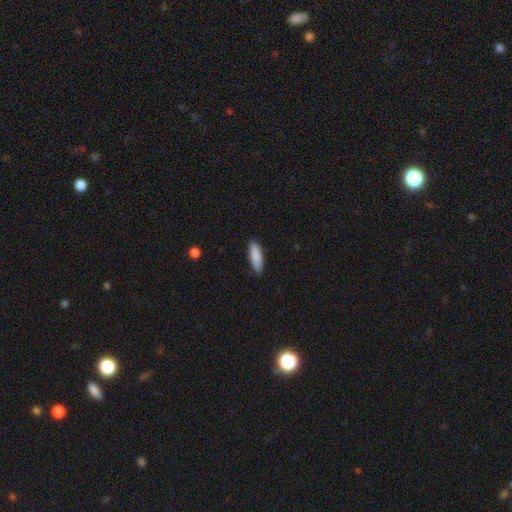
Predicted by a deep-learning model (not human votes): Smooth or featured?
  - smooth: 89% *
  - star or artifact: 6%
  - featured or disk: 6%
How rounded?
  - in between: 57% *
  - cigar-shaped: 41%
  - round: 2%
Merging?
  - none: 83% *
  - minor disturbance: 14%
  - major disturbance: 2%
  - merger: 1%